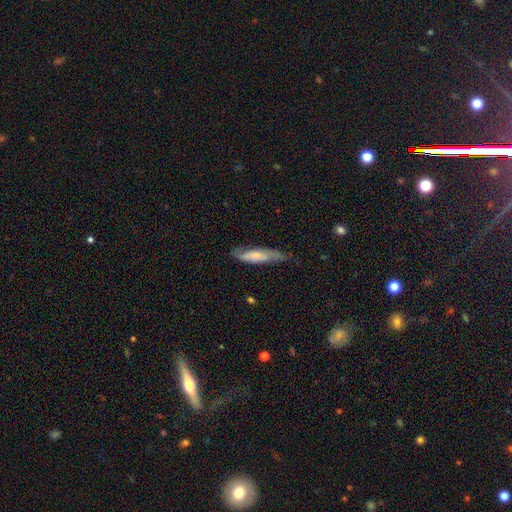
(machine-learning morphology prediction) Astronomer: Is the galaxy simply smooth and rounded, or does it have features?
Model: smooth — 60%.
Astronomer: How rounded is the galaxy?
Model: cigar-shaped — 68%.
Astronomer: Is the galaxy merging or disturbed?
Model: none — 57%.